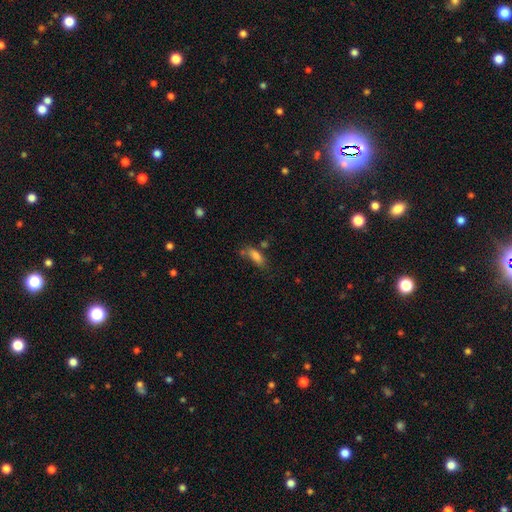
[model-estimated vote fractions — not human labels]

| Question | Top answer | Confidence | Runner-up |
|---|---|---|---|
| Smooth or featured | smooth | 80% | star or artifact (10%) |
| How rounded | in between | 75% | cigar-shaped (22%) |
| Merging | none | 49% | minor disturbance (25%) |